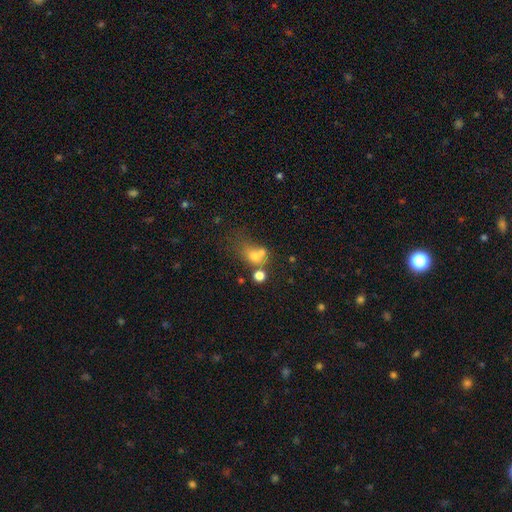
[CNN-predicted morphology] type=smooth (66%); roundness=in between (53%); merging=merger (45%).